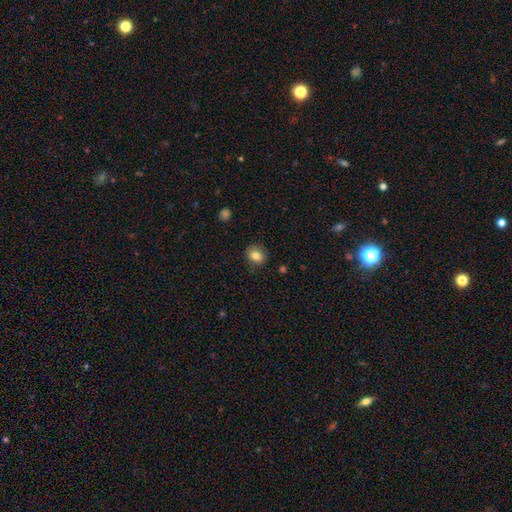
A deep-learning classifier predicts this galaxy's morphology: This is clearly a smooth galaxy (82%). How rounded: likely round (65%). Merging: clearly none (85%).